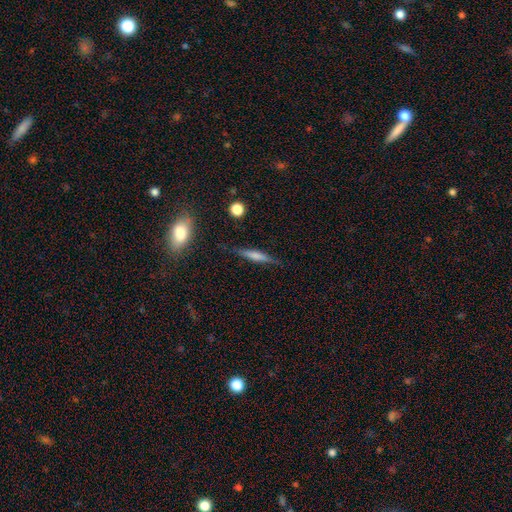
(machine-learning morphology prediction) Q: Smooth or featured?
A: smooth (54%); runner-up: featured or disk (38%)
Q: How rounded?
A: cigar-shaped (87%); runner-up: in between (11%)
Q: Merging?
A: none (81%); runner-up: minor disturbance (13%)